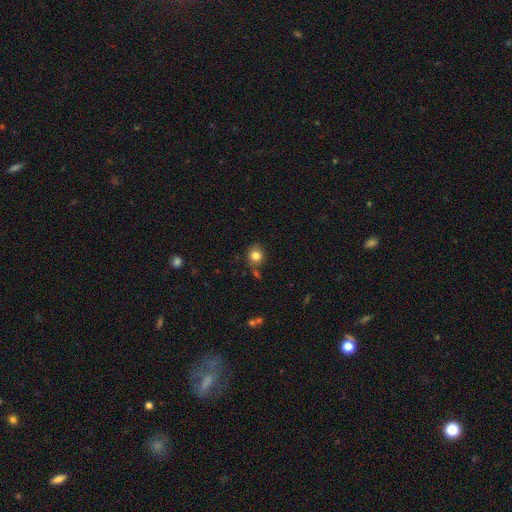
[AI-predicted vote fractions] smooth_or_featured: smooth (p=0.81) [alt: star or artifact p=0.11]
how_rounded: round (p=0.75) [alt: in between p=0.24]
merging: none (p=0.71) [alt: minor disturbance p=0.17]